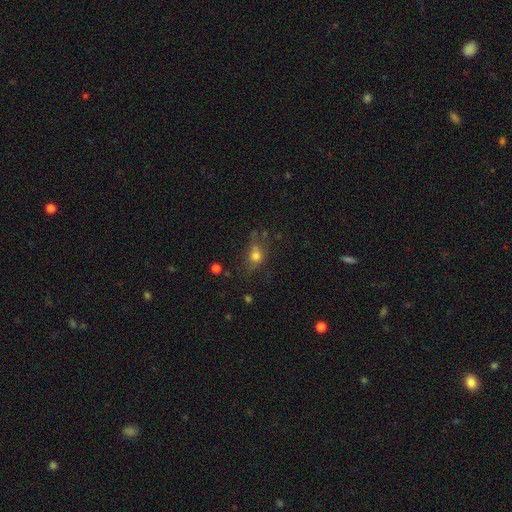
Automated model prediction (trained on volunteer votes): This appears to be a smooth galaxy with no disk features (70%) that is round (50%). Merging: none (54%).